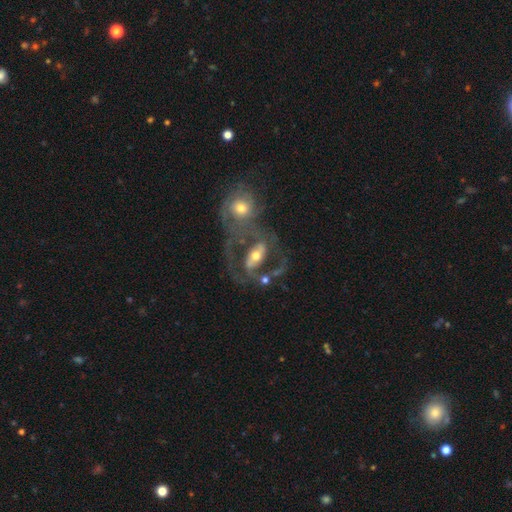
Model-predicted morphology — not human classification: Q: Smooth or featured?
A: featured or disk (78%); runner-up: smooth (15%)
Q: Edge-on disk?
A: no (95%); runner-up: yes (5%)
Q: Bar?
A: strong (40%); runner-up: no (30%)
Q: Spiral arms?
A: yes (78%); runner-up: no (22%)
Q: Spiral winding?
A: medium (47%); runner-up: tight (30%)
Q: Spiral arm count?
A: 2 (76%); runner-up: can't tell (11%)
Q: Bulge size?
A: moderate (67%); runner-up: small (21%)
Q: Merging?
A: merger (48%); runner-up: none (28%)